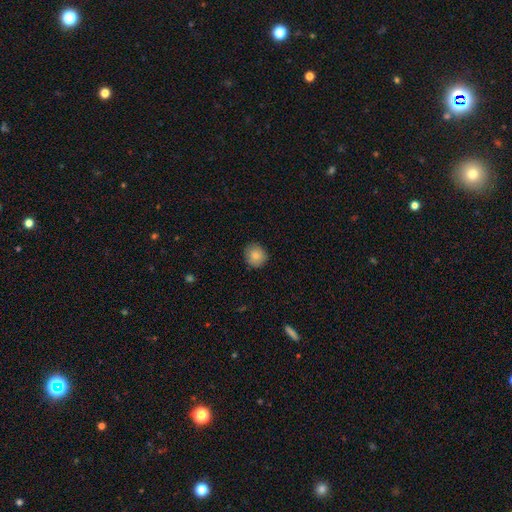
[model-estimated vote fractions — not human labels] smooth_or_featured: smooth (p=0.85) [alt: star or artifact p=0.08]
how_rounded: round (p=0.90) [alt: in between p=0.09]
merging: none (p=0.88) [alt: minor disturbance p=0.09]